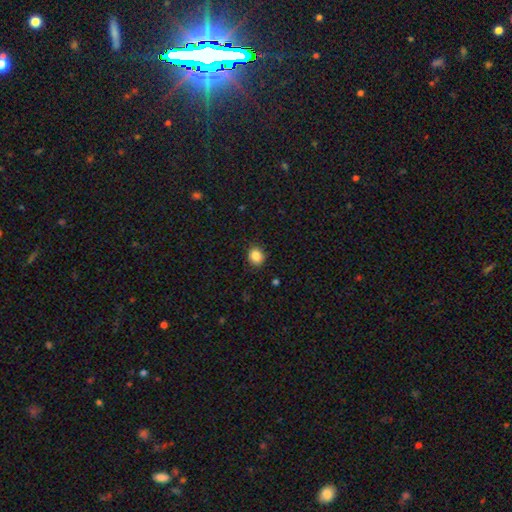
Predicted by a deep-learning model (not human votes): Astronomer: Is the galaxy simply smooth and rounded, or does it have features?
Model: smooth — 84%.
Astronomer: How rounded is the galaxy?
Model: round — 79%.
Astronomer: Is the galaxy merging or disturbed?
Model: none — 86%.